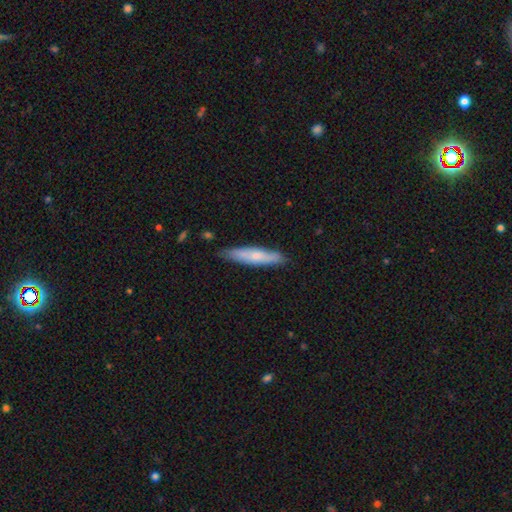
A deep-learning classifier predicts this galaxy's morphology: smooth-or-featured: smooth: 57% | featured or disk: 37% | star or artifact: 6%
  how-rounded: cigar-shaped: 86% | in between: 13% | round: 2%
  merging: none: 83% | minor disturbance: 13% | major disturbance: 2% | merger: 1%